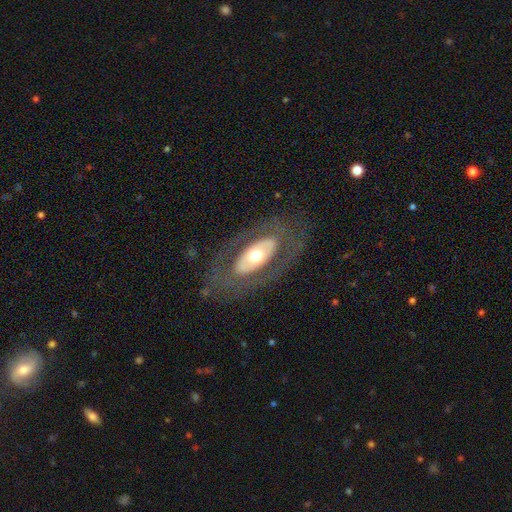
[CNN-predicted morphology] Smooth or featured? featured or disk (58%)
Edge-on disk? no (86%)
Merging? none (77%)